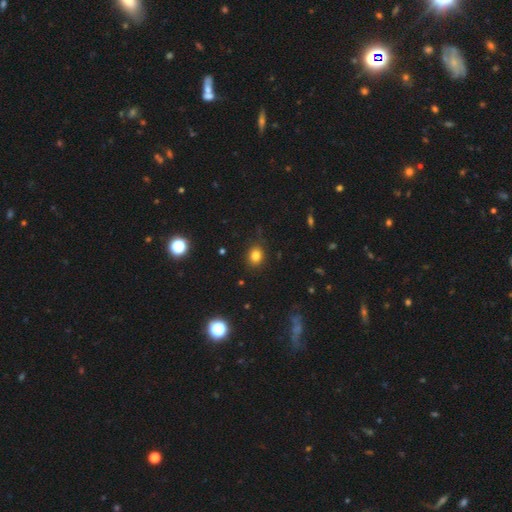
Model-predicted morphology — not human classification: smooth-or-featured: smooth: 80% | star or artifact: 14% | featured or disk: 6%
  how-rounded: round: 63% | in between: 36% | cigar-shaped: 1%
  merging: none: 84% | minor disturbance: 12% | major disturbance: 3% | merger: 1%